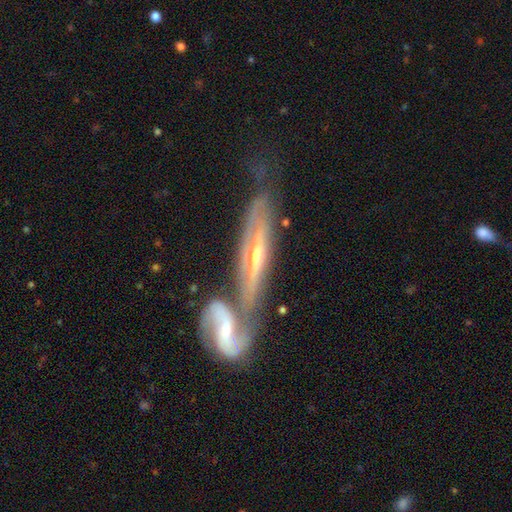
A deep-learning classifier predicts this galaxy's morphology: This appears to be a featured or disk galaxy (81%) viewed edge-on (57%). Merging: merger (45%).